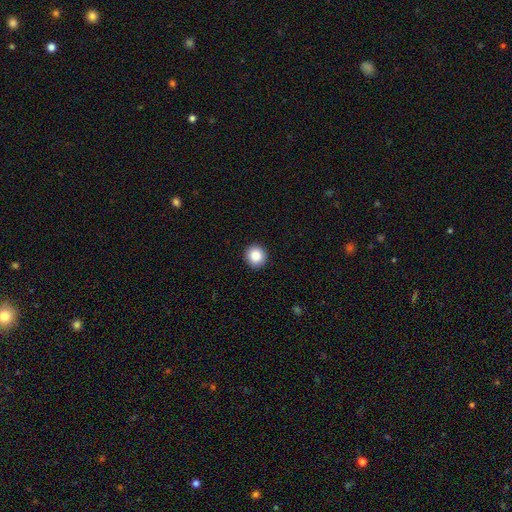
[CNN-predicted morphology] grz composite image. It shows a smooth galaxy with no disk features (87%) that is round (90%). Merging: none (92%).